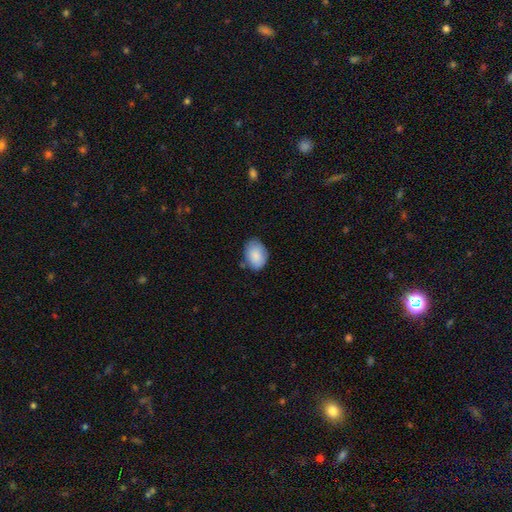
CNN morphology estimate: This is clearly a smooth galaxy (87%). How rounded: clearly in between (82%). Merging: likely none (72%).